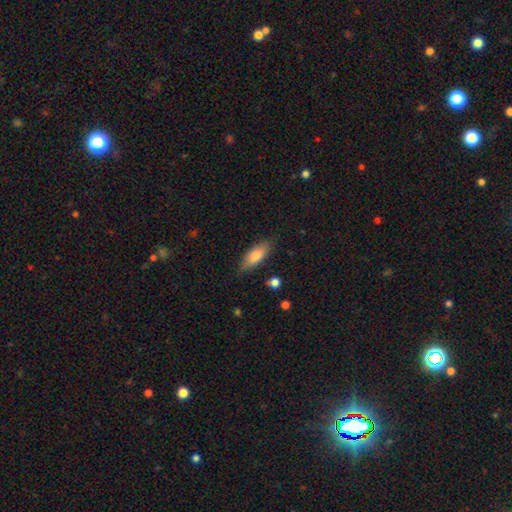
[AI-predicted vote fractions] This is likely a smooth galaxy (77%). How rounded: likely in between (71%). Merging: clearly none (82%).